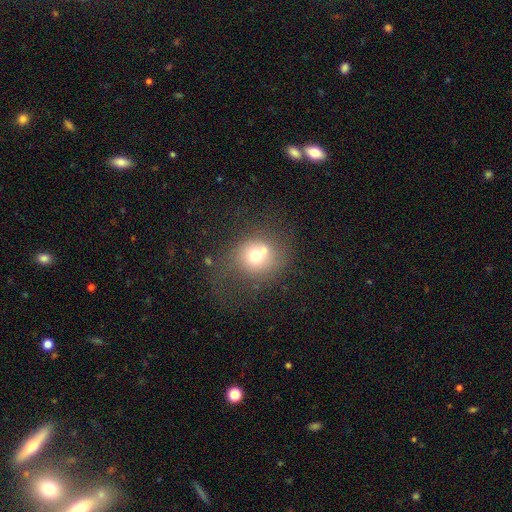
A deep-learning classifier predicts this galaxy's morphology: The model was most divided on "merging": none: 41%, merger: 30%, minor disturbance: 16%, major disturbance: 14%. More confident: how rounded — round (78%); smooth or featured — smooth (64%).